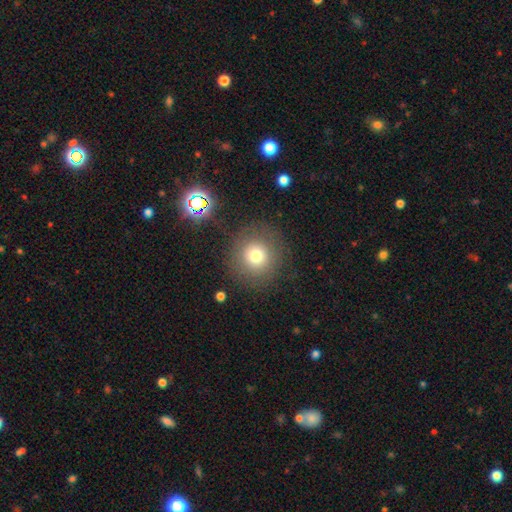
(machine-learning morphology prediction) smooth 74%, star or artifact 14%, featured or disk 12%. Down the decision tree: how rounded — round (93%); merging — none (85%).